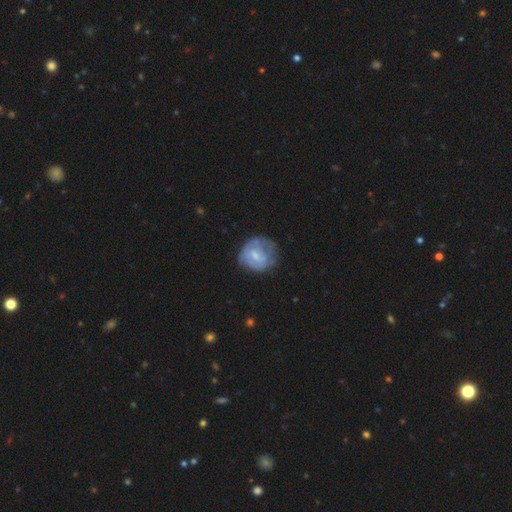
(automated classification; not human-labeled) A featured or disk galaxy (65%) with a weak bar (54%), spiral arms (73%) and a small central bulge (45%). Merging: none (59%).